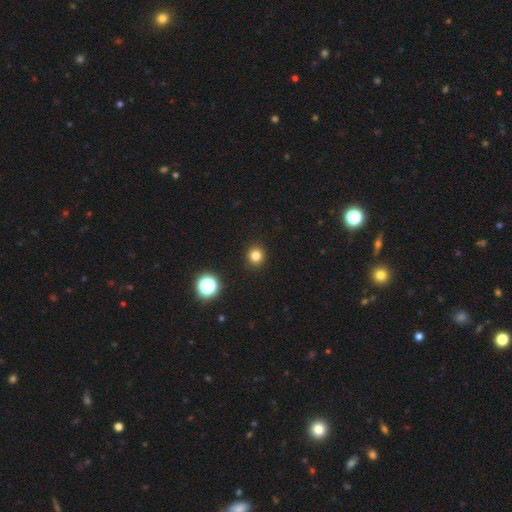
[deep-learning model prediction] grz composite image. It shows a smooth galaxy with no disk features (80%) that is round (85%). Merging: none (92%).